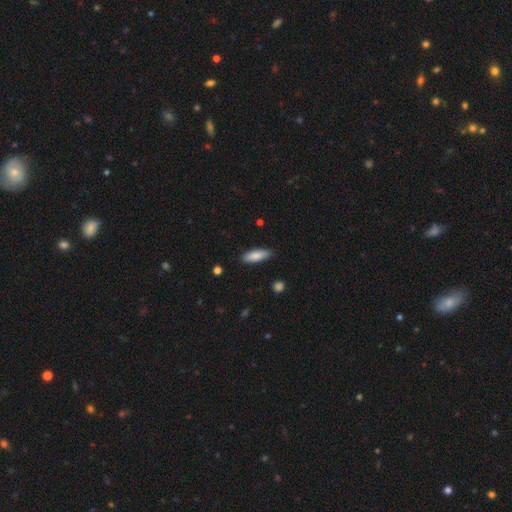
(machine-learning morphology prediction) smooth 84%, featured or disk 10%, star or artifact 6%. Down the decision tree: how rounded — in between (58%); merging — none (86%).